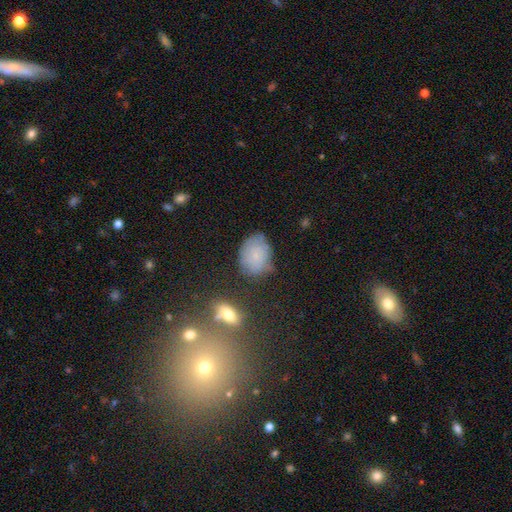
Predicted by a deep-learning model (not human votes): The model was most divided on "how rounded": in between: 60%, round: 38%, cigar-shaped: 1%. More confident: smooth or featured — smooth (66%); merging — none (61%).